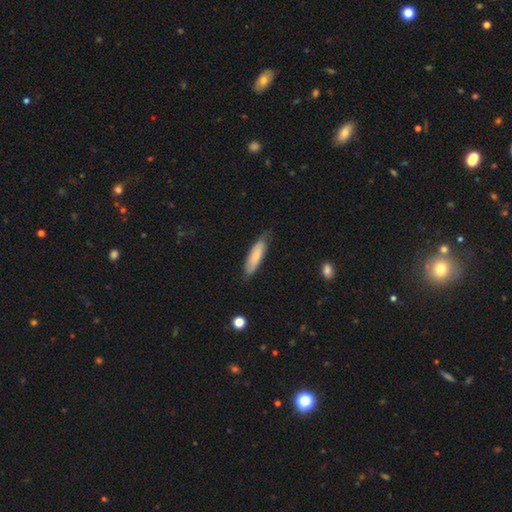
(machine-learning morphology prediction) A smooth galaxy with no disk features (68%) that is cigar-shaped (52%). Merging: none (67%).